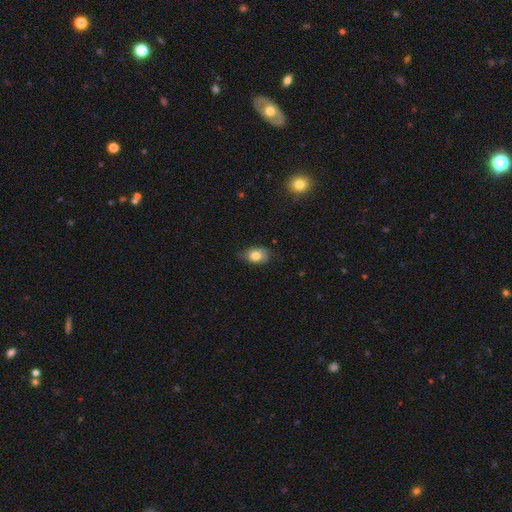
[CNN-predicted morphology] A smooth galaxy with no disk features (74%) that is in between round and cigar-shaped (80%). Merging: none (65%).